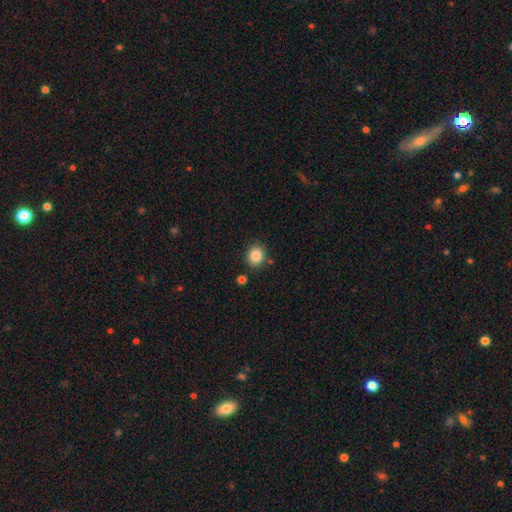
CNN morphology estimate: Q: Smooth or featured?
A: smooth (86%); runner-up: star or artifact (10%)
Q: How rounded?
A: round (77%); runner-up: in between (22%)
Q: Merging?
A: none (84%); runner-up: minor disturbance (9%)